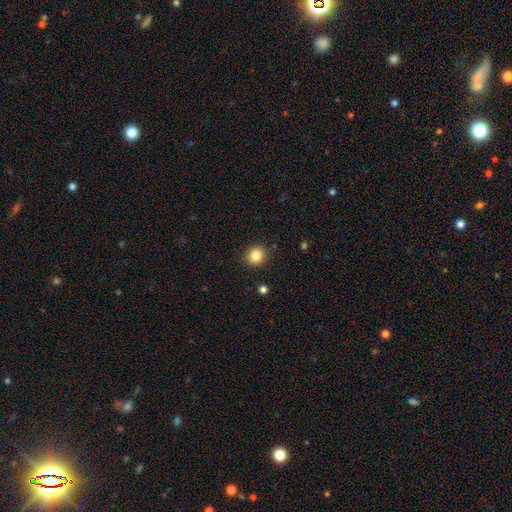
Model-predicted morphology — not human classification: This appears to be a smooth galaxy with no disk features (84%) that is round (85%). Merging: none (90%).